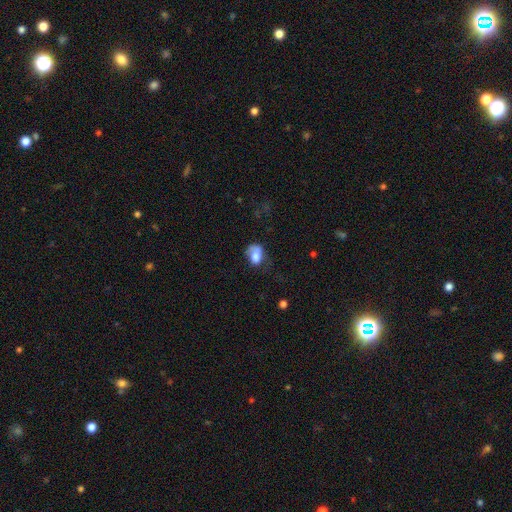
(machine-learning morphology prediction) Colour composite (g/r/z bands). It shows a smooth galaxy with no disk features (73%) that is in between round and cigar-shaped (71%). Merging: major disturbance (33%).